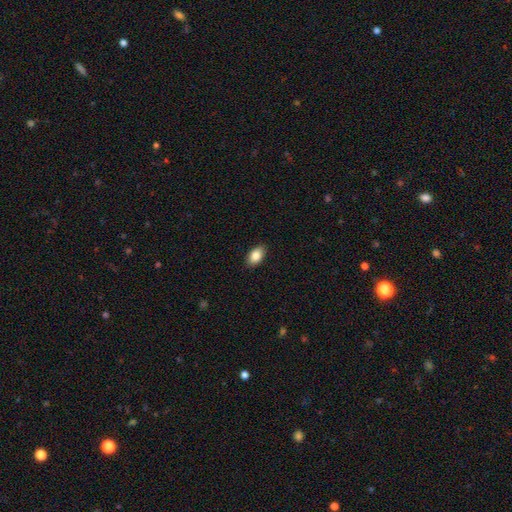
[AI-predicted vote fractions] Overall: smooth (86%). How rounded: in between (92%). Merging: none (89%).